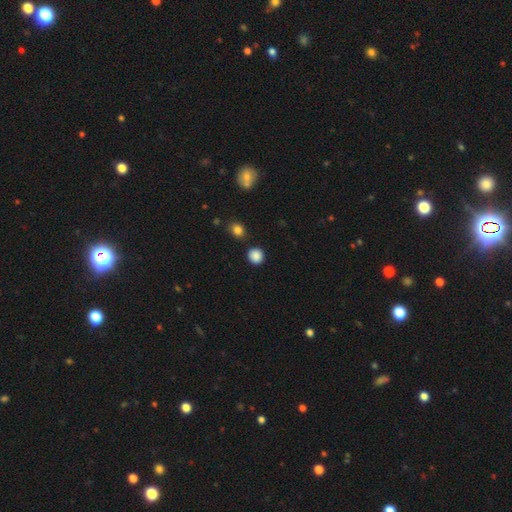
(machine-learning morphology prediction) smooth-or-featured: smooth: 87% | star or artifact: 10% | featured or disk: 3%
  how-rounded: round: 89% | in between: 10% | cigar-shaped: 1%
  merging: none: 87% | minor disturbance: 8% | merger: 3% | major disturbance: 2%